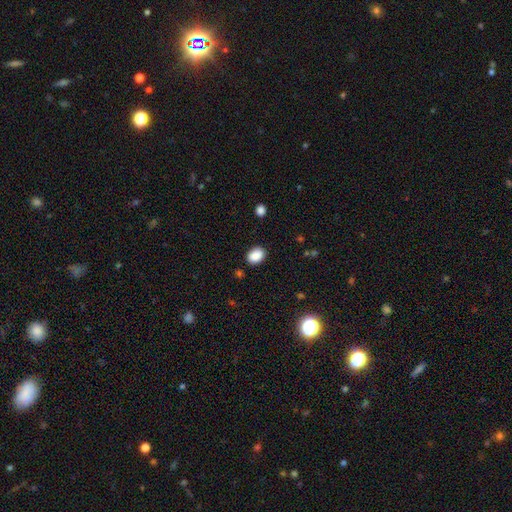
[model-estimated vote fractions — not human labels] The model was most divided on "how rounded": in between: 69%, round: 30%, cigar-shaped: 1%. More confident: smooth or featured — smooth (88%); merging — none (86%).